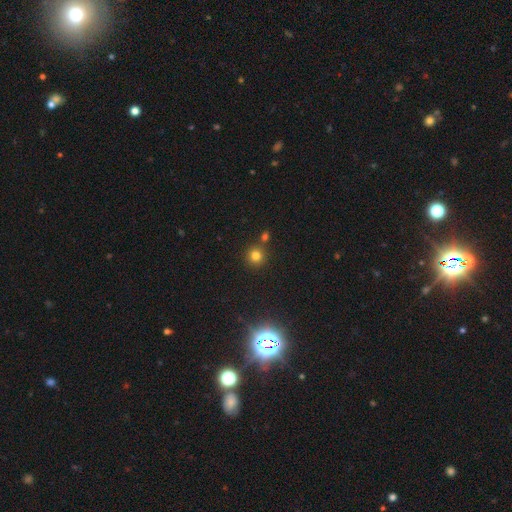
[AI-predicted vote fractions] Smooth or featured? Predicted: smooth (p=0.77). How rounded? Predicted: round (p=0.93). Merging? Predicted: none (p=0.76).